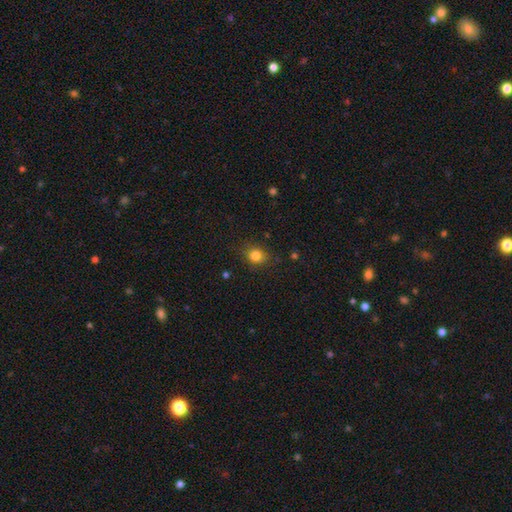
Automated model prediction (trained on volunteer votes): smooth_or_featured: smooth (p=0.82) [alt: star or artifact p=0.12]
how_rounded: round (p=0.66) [alt: in between p=0.33]
merging: none (p=0.83) [alt: minor disturbance p=0.13]